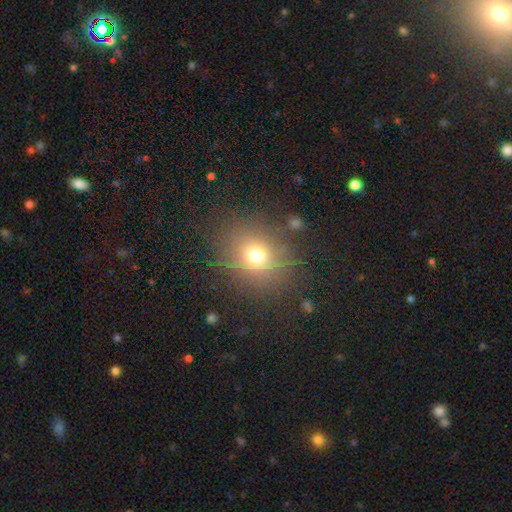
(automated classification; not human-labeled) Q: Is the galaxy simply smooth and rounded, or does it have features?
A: smooth — 72%.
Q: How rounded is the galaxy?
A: round — 66%.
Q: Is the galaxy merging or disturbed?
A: none — 80%.